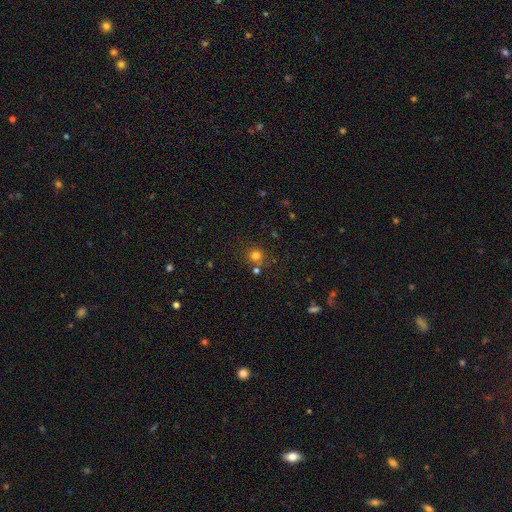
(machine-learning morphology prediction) Smooth or featured? Predicted: smooth (p=0.77). How rounded? Predicted: round (p=0.91). Merging? Predicted: none (p=0.74).